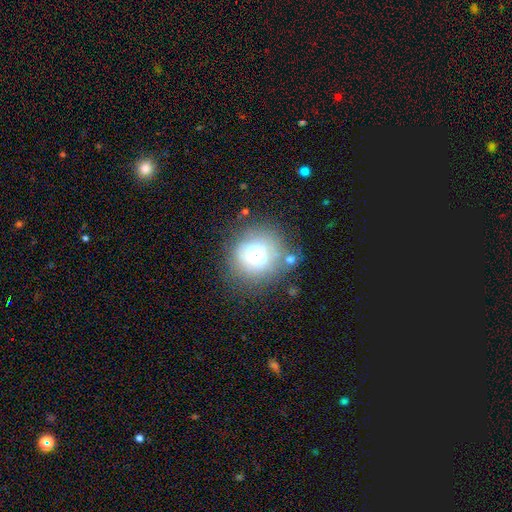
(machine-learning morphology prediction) smooth 52%, featured or disk 26%, star or artifact 22%. Down the decision tree: how rounded — round (86%); merging — none (60%).